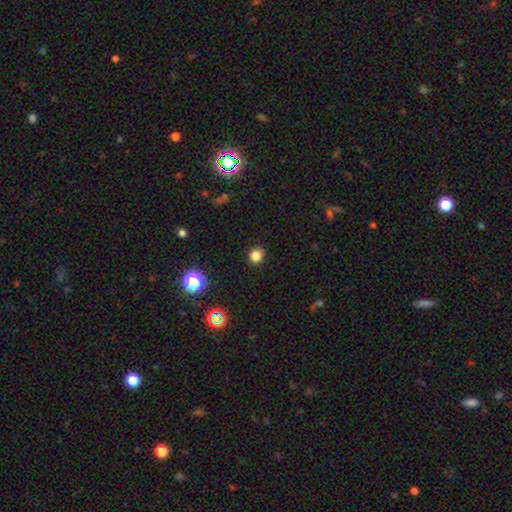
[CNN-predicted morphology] smooth-or-featured: smooth: 82% | star or artifact: 15% | featured or disk: 4%
  how-rounded: round: 90% | in between: 9% | cigar-shaped: 1%
  merging: none: 91% | minor disturbance: 6% | major disturbance: 2% | merger: 1%